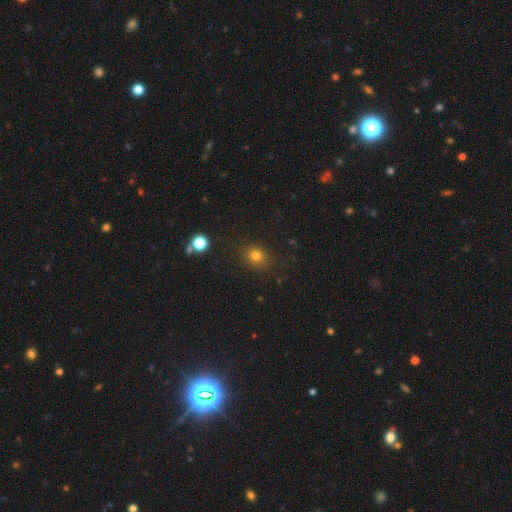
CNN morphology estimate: A smooth galaxy with no disk features (79%) that is round (72%).

Vote fractions:
- Smooth or featured? smooth: 79% / star or artifact: 15% / featured or disk: 6%
- How rounded? round: 72% / in between: 27% / cigar-shaped: 1%
- Merging? none: 85% / minor disturbance: 10% / major disturbance: 3% / merger: 2%